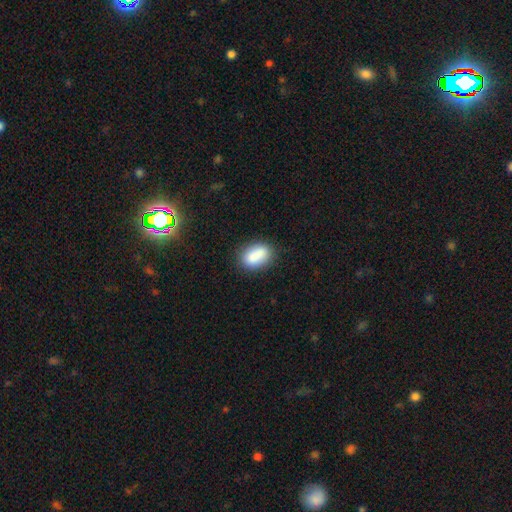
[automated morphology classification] Smooth or featured: smooth — 85% (star or artifact — 8%)
How rounded: in between — 86% (round — 11%)
Merging: none — 82% (minor disturbance — 13%)